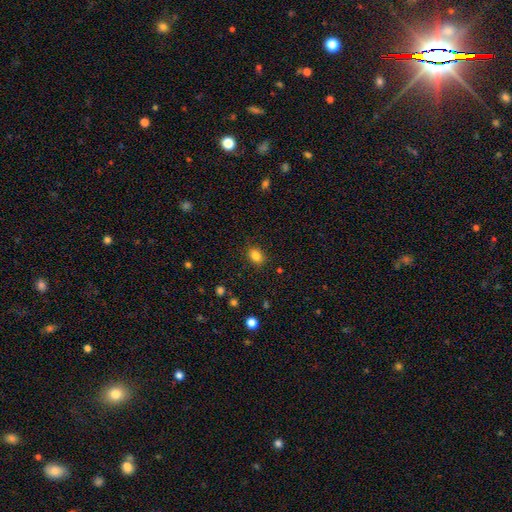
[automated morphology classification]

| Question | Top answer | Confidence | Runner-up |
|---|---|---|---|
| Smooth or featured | smooth | 84% | star or artifact (11%) |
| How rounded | in between | 68% | round (30%) |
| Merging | none | 86% | minor disturbance (10%) |